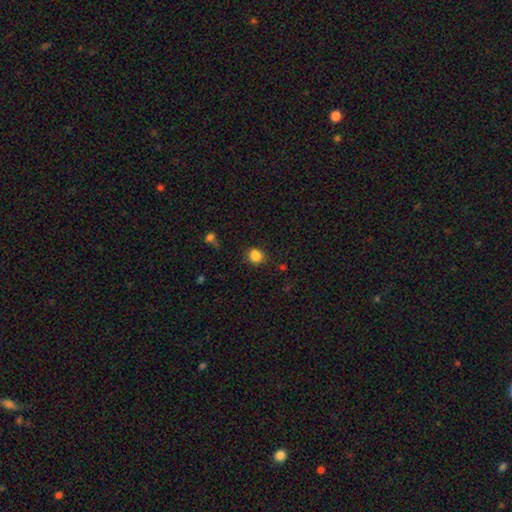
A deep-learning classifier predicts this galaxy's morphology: This is clearly a smooth galaxy (85%). How rounded: likely round (79%). Merging: likely none (78%).